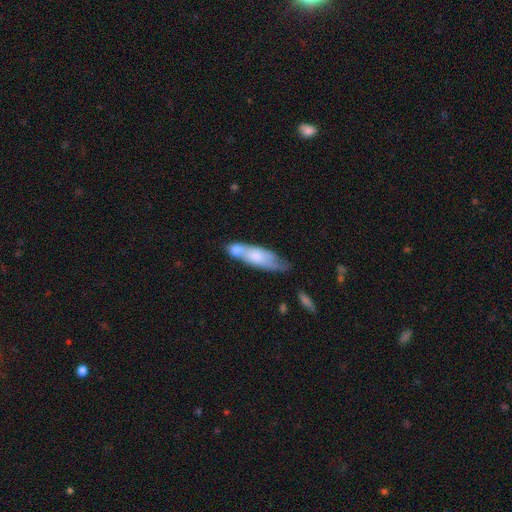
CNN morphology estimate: A smooth galaxy with no disk features (57%) that is cigar-shaped (56%). Merging: merger (36%, tied with none).